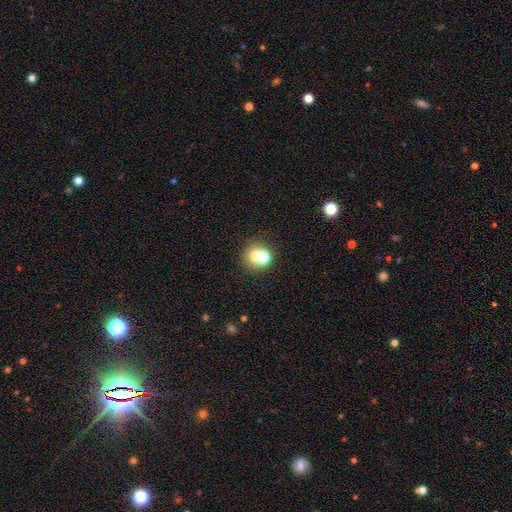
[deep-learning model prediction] Smooth or featured? smooth (66%)
How rounded? round (82%)
Merging? merger (45%)